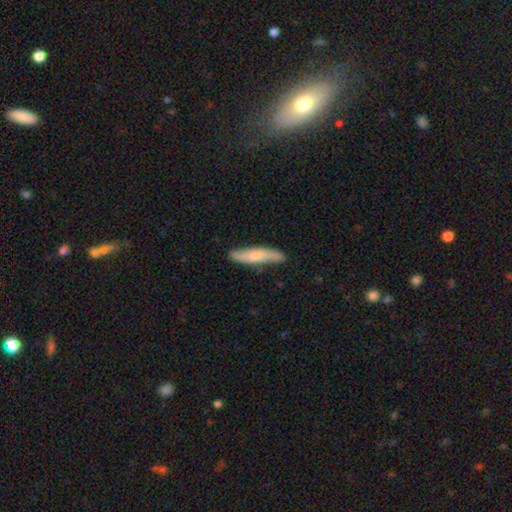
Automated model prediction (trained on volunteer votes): A smooth galaxy with no disk features (64%) that is cigar-shaped (85%).

Vote fractions:
- Smooth or featured? smooth: 64% / featured or disk: 31% / star or artifact: 5%
- How rounded? cigar-shaped: 85% / in between: 13% / round: 2%
- Merging? none: 84% / minor disturbance: 12% / major disturbance: 2% / merger: 2%